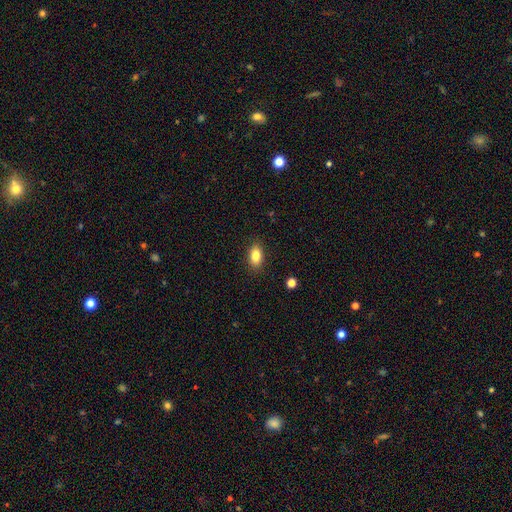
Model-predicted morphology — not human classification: type=smooth (84%); roundness=in between (89%); merging=none (88%).